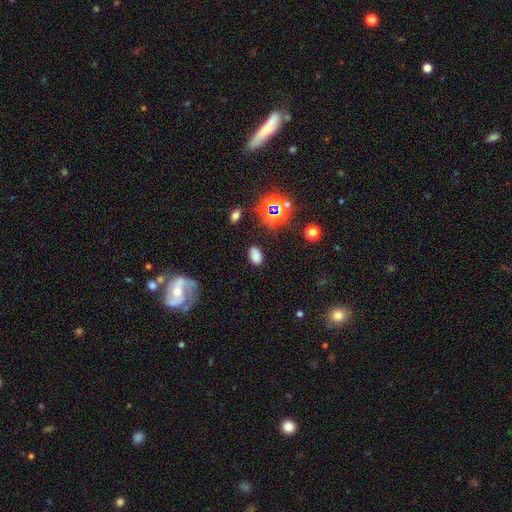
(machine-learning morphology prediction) This is likely a smooth galaxy (73%). How rounded: clearly in between (90%). Merging: clearly none (82%).